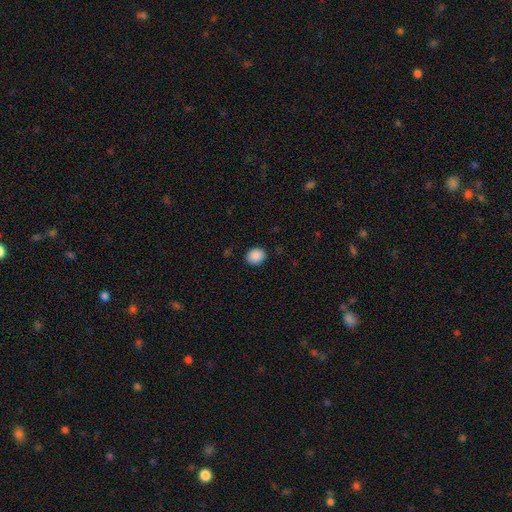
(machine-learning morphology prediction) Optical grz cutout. It shows a smooth galaxy with no disk features (89%) that is round (60%). Merging: none (88%).